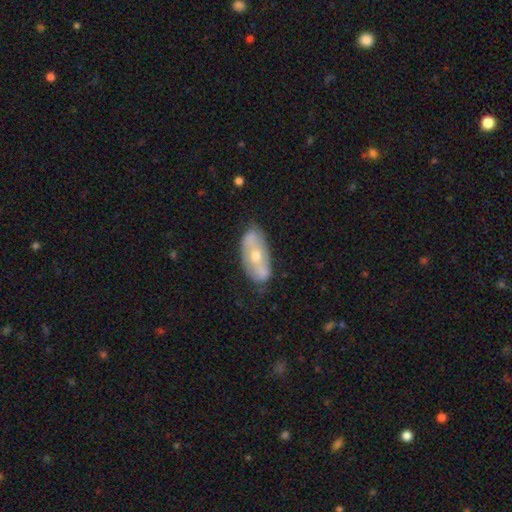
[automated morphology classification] smooth-or-featured: featured or disk: 55% | smooth: 39% | star or artifact: 6%
  disk-edge-on: no: 85% | yes: 15%
  merging: none: 71% | minor disturbance: 22% | major disturbance: 5% | merger: 3%